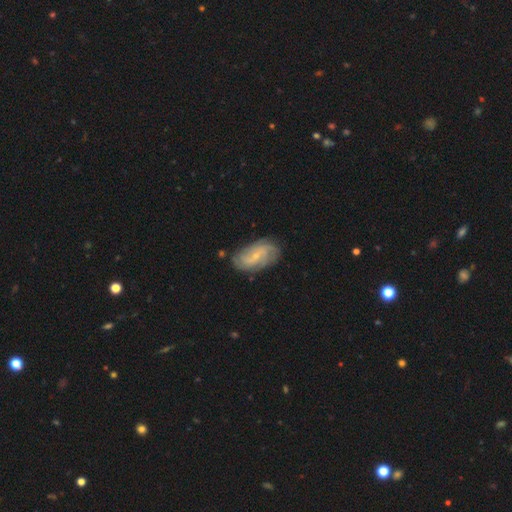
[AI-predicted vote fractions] featured or disk 73%, smooth 20%, star or artifact 7%. Down the decision tree: edge-on disk — no (95%); bar — weak (45%); spiral arms — yes (91%); spiral arm count — 2 (40%); spiral winding — medium (39%); bulge size — small (75%); merging — none (76%).